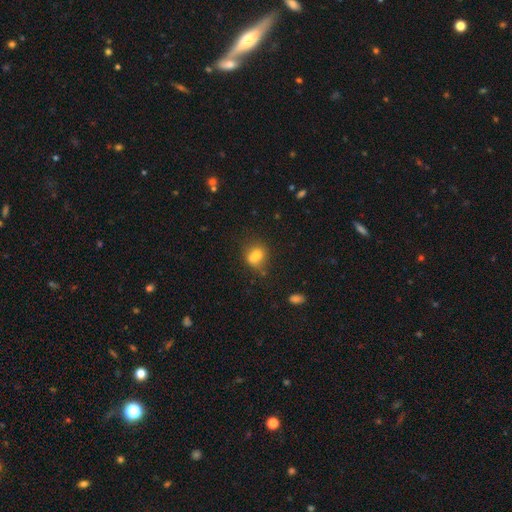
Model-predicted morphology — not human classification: smooth 67%, featured or disk 21%, star or artifact 12%. Down the decision tree: how rounded — round (70%); merging — merger (51%).